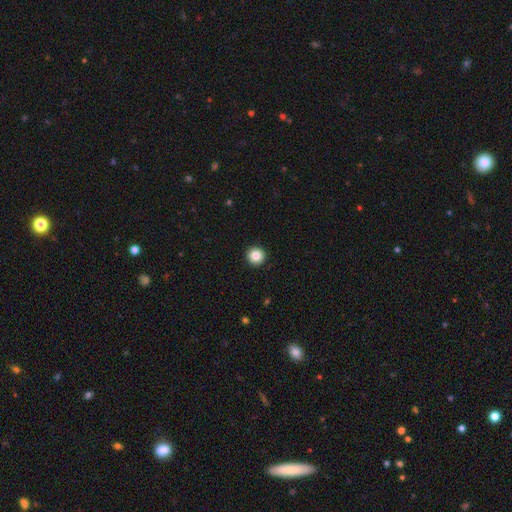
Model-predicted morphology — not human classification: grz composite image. It shows a smooth galaxy with no disk features (87%) that is round (96%). Merging: none (94%).